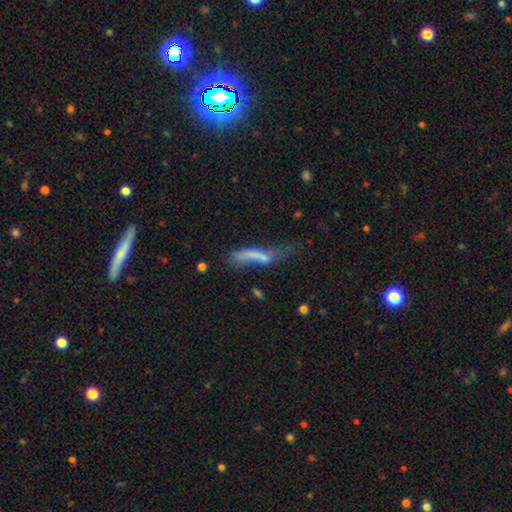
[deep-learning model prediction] A smooth galaxy with no disk features (57%) that is cigar-shaped (78%).

Vote fractions:
- Smooth or featured? smooth: 57% / featured or disk: 32% / star or artifact: 10%
- How rounded? cigar-shaped: 78% / in between: 20% / round: 3%
- Merging? major disturbance: 36% / none: 25% / minor disturbance: 22% / merger: 16%